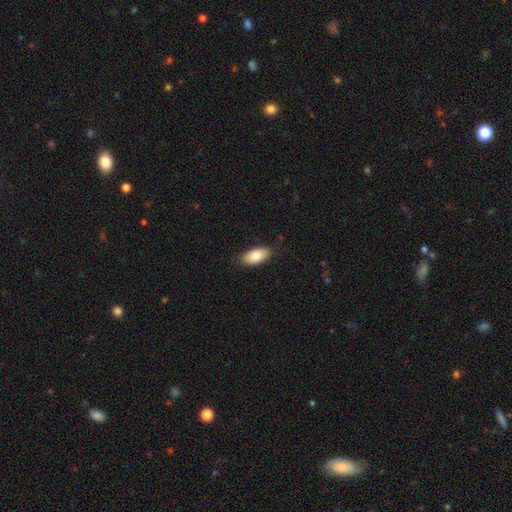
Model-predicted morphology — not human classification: A smooth galaxy with no disk features (80%) that is in between round and cigar-shaped (90%).

Vote fractions:
- Smooth or featured? smooth: 80% / featured or disk: 14% / star or artifact: 6%
- How rounded? in between: 90% / cigar-shaped: 7% / round: 3%
- Merging? none: 86% / minor disturbance: 11% / major disturbance: 2% / merger: 1%